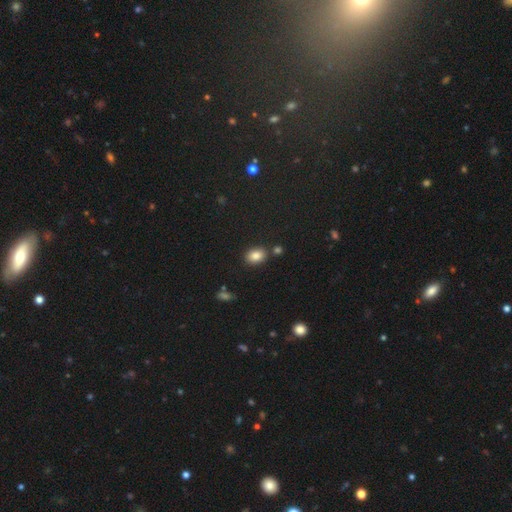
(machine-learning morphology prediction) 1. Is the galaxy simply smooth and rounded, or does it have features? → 84% smooth, 10% star or artifact, 6% featured or disk.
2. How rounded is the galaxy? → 71% in between, 27% round, 1% cigar-shaped.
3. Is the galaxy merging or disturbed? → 78% none, 10% minor disturbance, 9% merger, 3% major disturbance.